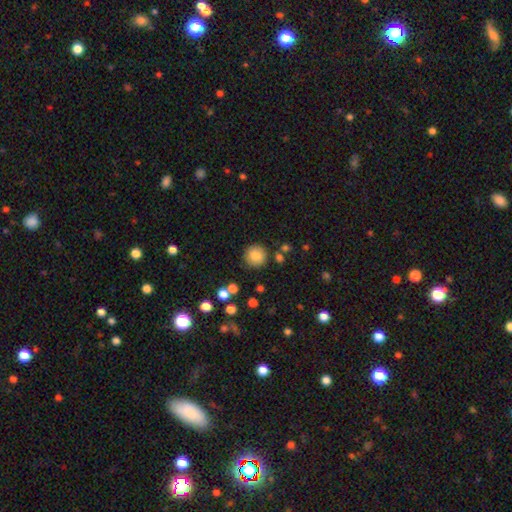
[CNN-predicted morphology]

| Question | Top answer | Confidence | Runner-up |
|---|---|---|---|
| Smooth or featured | smooth | 83% | star or artifact (10%) |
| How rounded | round | 94% | in between (5%) |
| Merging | none | 86% | minor disturbance (8%) |